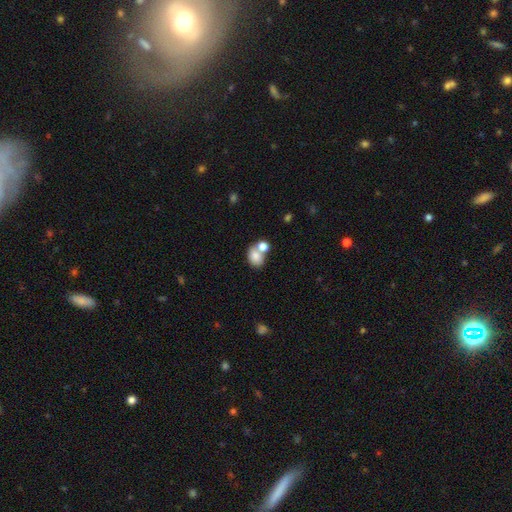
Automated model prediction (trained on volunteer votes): Smooth or featured? Predicted: smooth (p=0.79). How rounded? Predicted: in between (p=0.61). Merging? Predicted: merger (p=0.46).